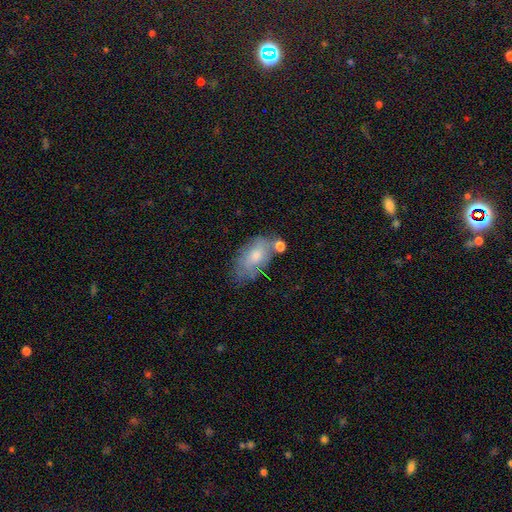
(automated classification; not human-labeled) smooth-or-featured: smooth: 65% | featured or disk: 27% | star or artifact: 8%
  how-rounded: in between: 91% | round: 6% | cigar-shaped: 3%
  merging: none: 50% | minor disturbance: 27% | merger: 13% | major disturbance: 10%